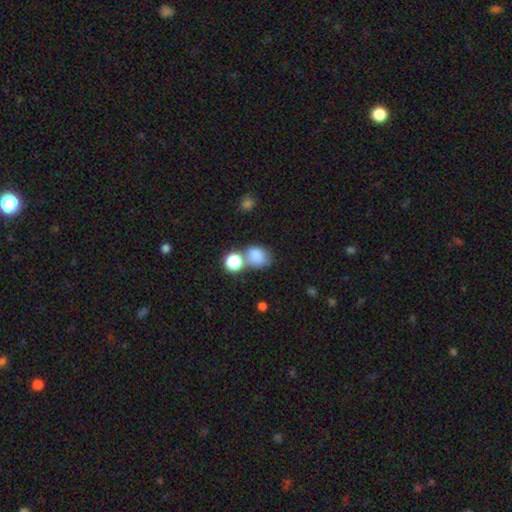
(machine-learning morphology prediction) Overall: smooth (80%). How rounded: in between (55%; round 44%). Merging: none (43%; merger 36%).